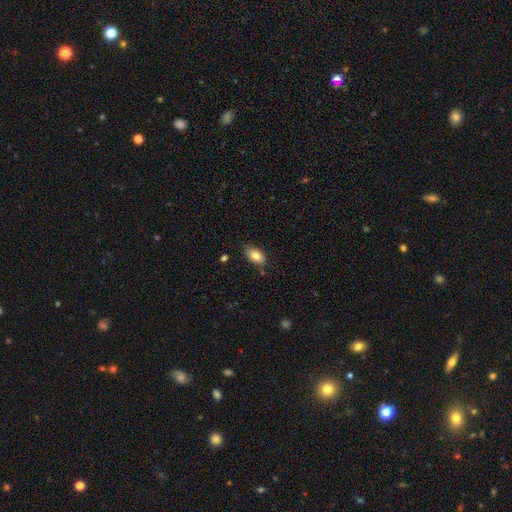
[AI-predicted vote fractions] This appears to be a smooth galaxy with no disk features (83%) that is in between round and cigar-shaped (93%). Merging: none (82%).